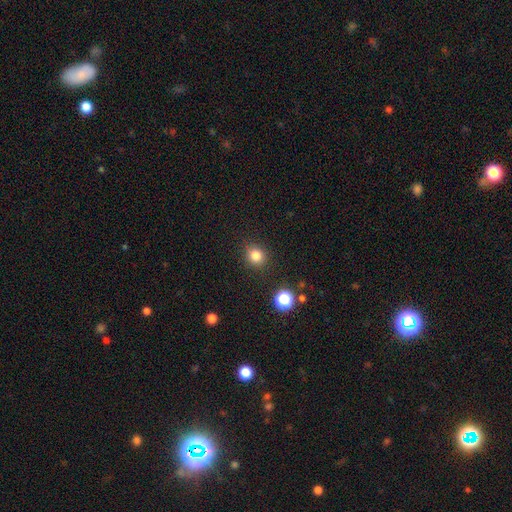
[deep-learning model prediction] Smooth or featured? smooth (82%)
How rounded? round (86%)
Merging? none (88%)